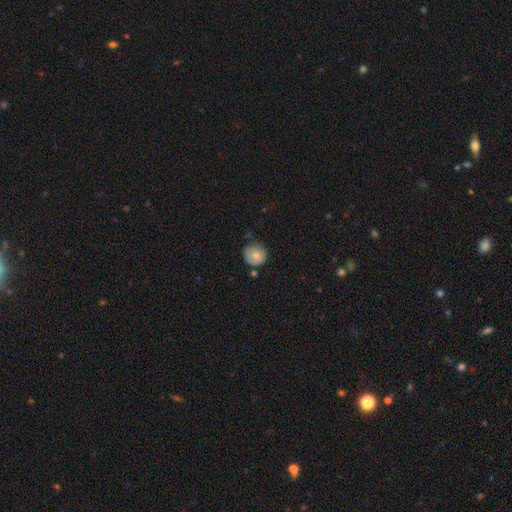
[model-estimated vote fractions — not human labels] A smooth galaxy with no disk features (68%) that is round (88%).

Vote fractions:
- Smooth or featured? smooth: 68% / featured or disk: 24% / star or artifact: 8%
- How rounded? round: 88% / in between: 11% / cigar-shaped: 1%
- Merging? none: 63% / minor disturbance: 26% / major disturbance: 6% / merger: 5%